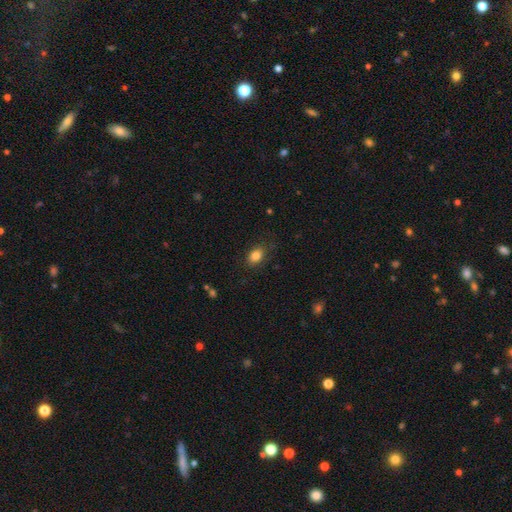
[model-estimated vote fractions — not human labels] Morphology: type=smooth (84%); roundness=in between (77%); merging=none (82%).